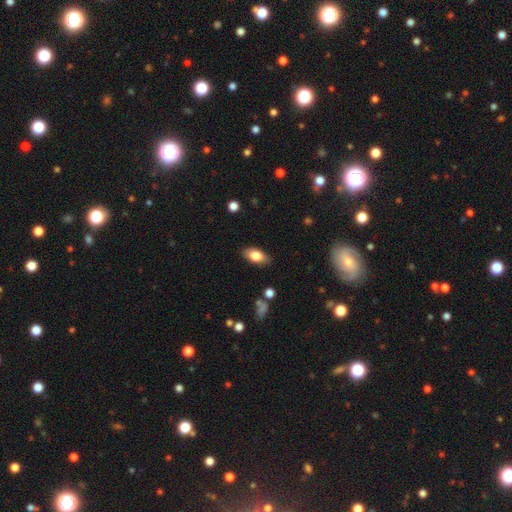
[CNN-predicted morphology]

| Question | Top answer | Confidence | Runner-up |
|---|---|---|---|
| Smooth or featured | smooth | 79% | featured or disk (14%) |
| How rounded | in between | 89% | cigar-shaped (6%) |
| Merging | none | 85% | minor disturbance (11%) |